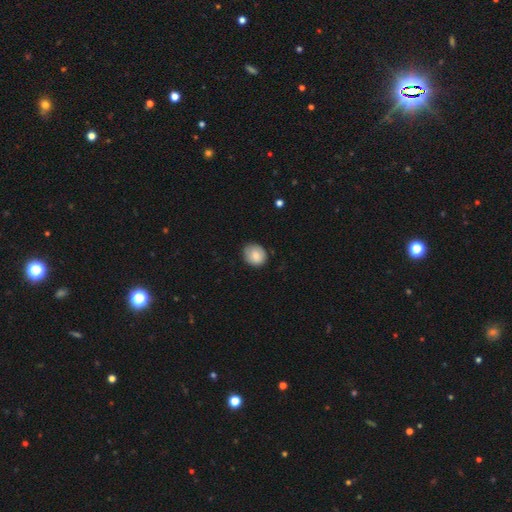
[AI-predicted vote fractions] Smooth or featured: smooth — 81% (featured or disk — 12%)
How rounded: round — 69% (in between — 31%)
Merging: none — 76% (minor disturbance — 20%)